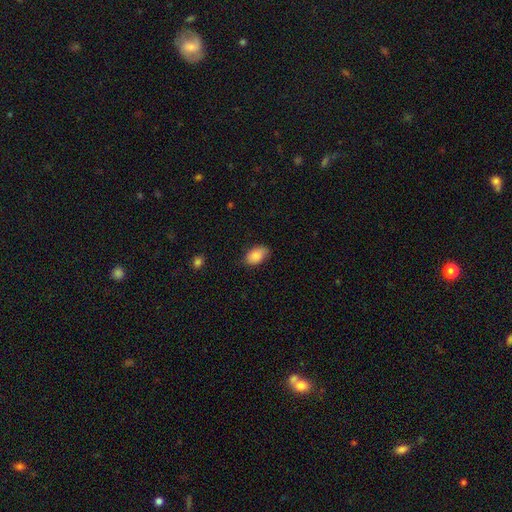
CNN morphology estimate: smooth 86%, featured or disk 8%, star or artifact 7%. Down the decision tree: how rounded — in between (91%); merging — none (76%).